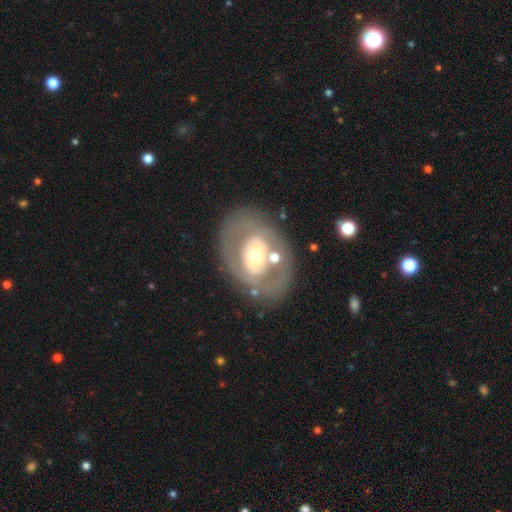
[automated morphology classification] Overall: featured or disk (65%; smooth 29%). Edge-on disk: no (94%). Bar: no (70%). Spiral arms: no (77%). Bulge size: moderate (63%). Merging: none (71%).